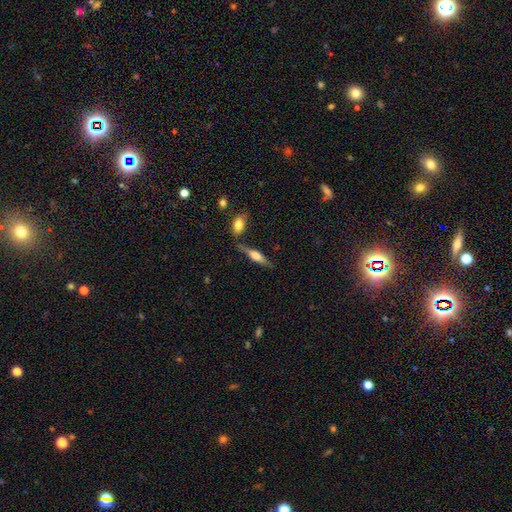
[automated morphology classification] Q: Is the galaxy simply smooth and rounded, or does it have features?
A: smooth — 47%.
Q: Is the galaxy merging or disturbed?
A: none — 71%.